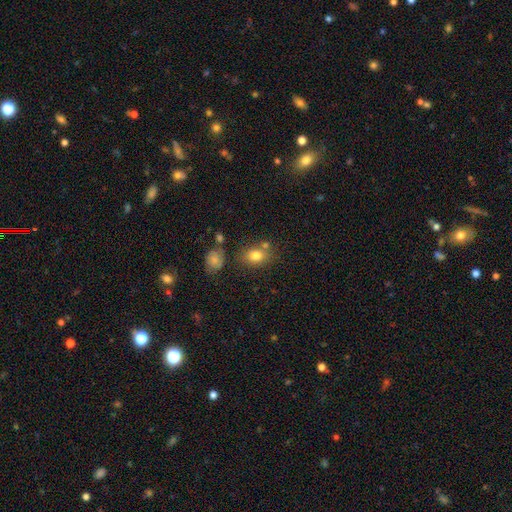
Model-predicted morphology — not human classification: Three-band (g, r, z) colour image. It shows a smooth galaxy with no disk features (79%) that is in between round and cigar-shaped (57%). Merging: none (68%).